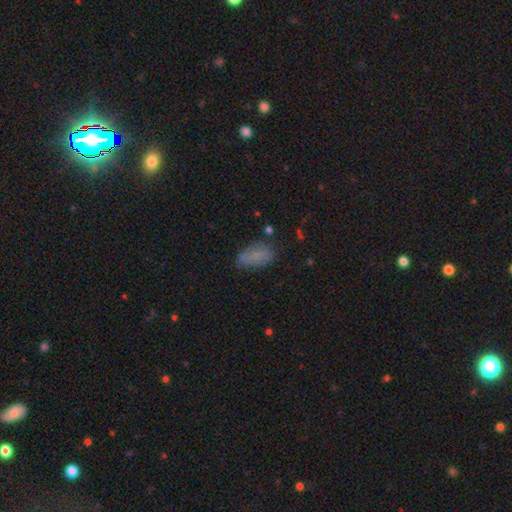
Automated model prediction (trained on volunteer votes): Smooth or featured: smooth — 74% (featured or disk — 15%)
How rounded: in between — 89% (cigar-shaped — 7%)
Merging: none — 65% (minor disturbance — 23%)